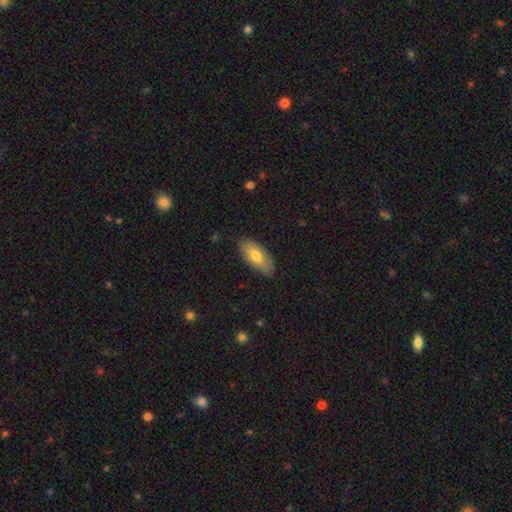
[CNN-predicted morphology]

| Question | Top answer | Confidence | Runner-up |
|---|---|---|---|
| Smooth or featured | smooth | 72% | featured or disk (22%) |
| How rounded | in between | 89% | cigar-shaped (9%) |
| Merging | none | 86% | minor disturbance (11%) |